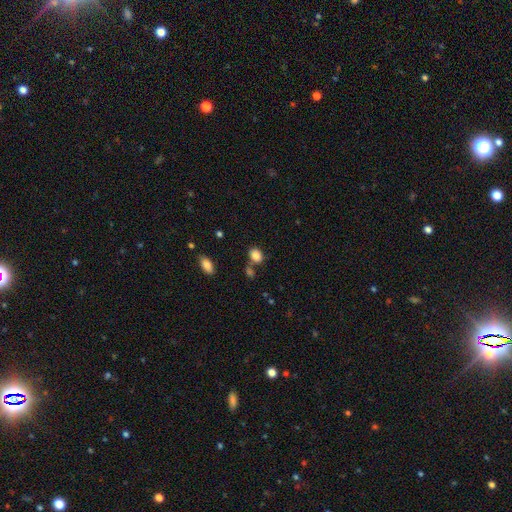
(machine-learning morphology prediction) smooth 85%, star or artifact 10%, featured or disk 5%. Down the decision tree: how rounded — in between (60%); merging — none (66%).